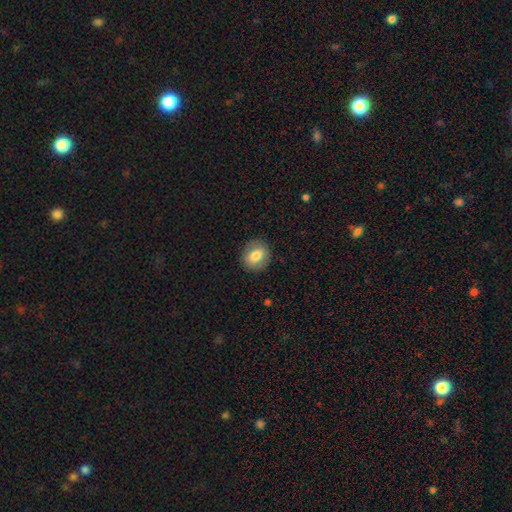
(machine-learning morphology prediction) smooth_or_featured: smooth (p=0.77) [alt: featured or disk p=0.15]
how_rounded: round (p=0.64) [alt: in between p=0.35]
merging: none (p=0.87) [alt: minor disturbance p=0.09]